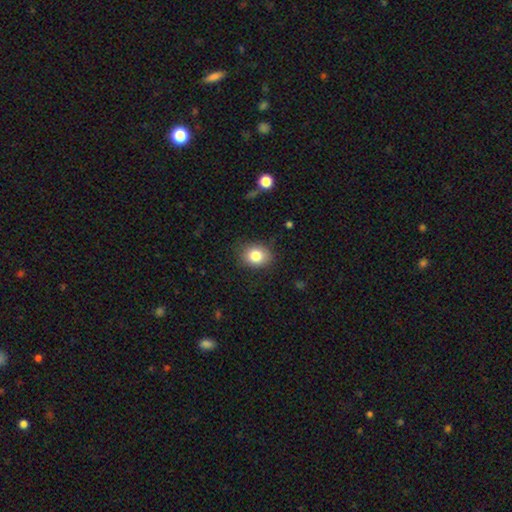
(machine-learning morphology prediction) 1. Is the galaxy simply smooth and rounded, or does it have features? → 82% smooth, 10% star or artifact, 8% featured or disk.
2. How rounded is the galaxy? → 53% round, 46% in between, 1% cigar-shaped.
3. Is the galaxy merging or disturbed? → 84% none, 12% minor disturbance, 3% major disturbance, 1% merger.